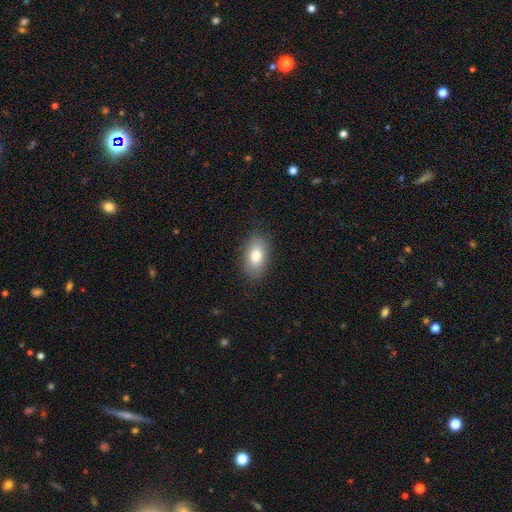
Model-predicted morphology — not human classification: Q: Smooth or featured?
A: smooth (78%); runner-up: featured or disk (15%)
Q: How rounded?
A: in between (91%); runner-up: round (6%)
Q: Merging?
A: none (84%); runner-up: minor disturbance (12%)